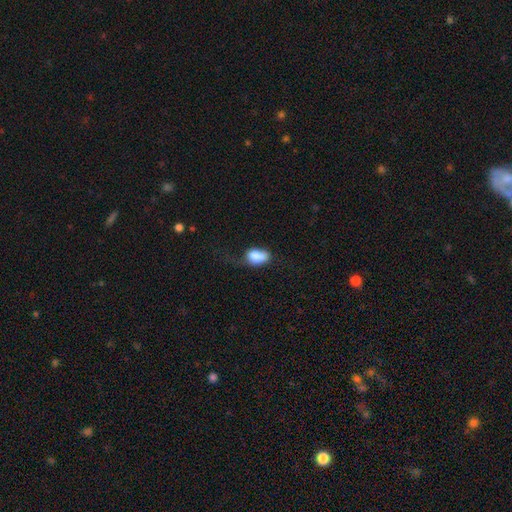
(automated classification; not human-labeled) smooth 82%, featured or disk 10%, star or artifact 8%. Down the decision tree: how rounded — in between (82%); merging — minor disturbance (37%).